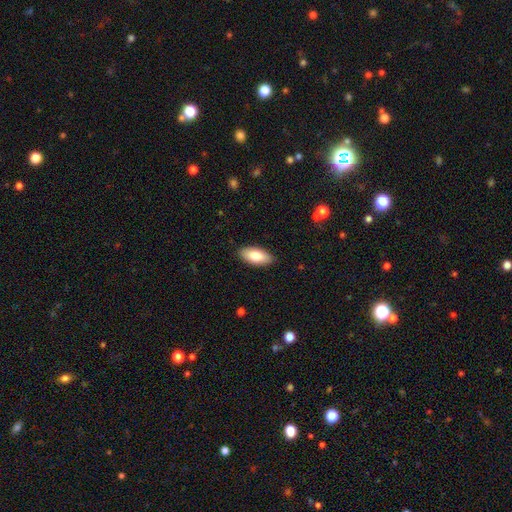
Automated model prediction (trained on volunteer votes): Q: Smooth or featured?
A: smooth (82%); runner-up: featured or disk (12%)
Q: How rounded?
A: in between (89%); runner-up: cigar-shaped (9%)
Q: Merging?
A: none (88%); runner-up: minor disturbance (9%)